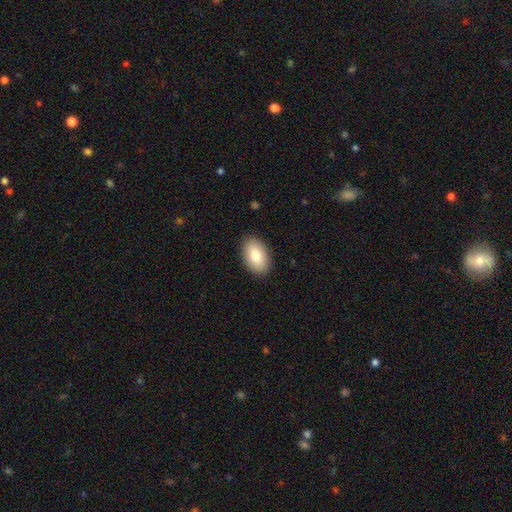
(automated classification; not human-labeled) Smooth or featured?
  - smooth: 82% *
  - featured or disk: 12%
  - star or artifact: 6%
How rounded?
  - in between: 93% *
  - round: 6%
  - cigar-shaped: 1%
Merging?
  - none: 90% *
  - minor disturbance: 8%
  - major disturbance: 2%
  - merger: 1%